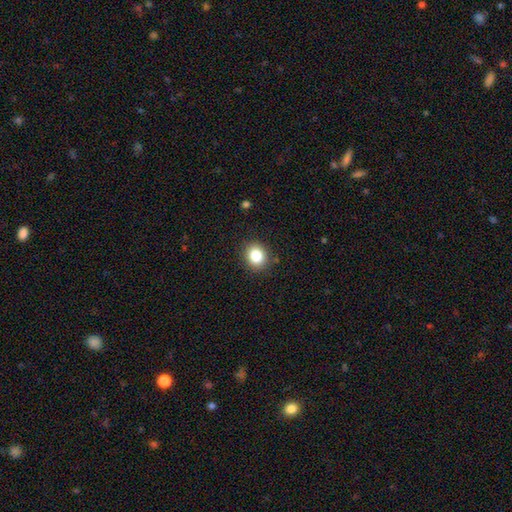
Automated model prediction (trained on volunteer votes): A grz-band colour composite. It shows a smooth galaxy with no disk features (84%) that is round (68%). Merging: none (89%).